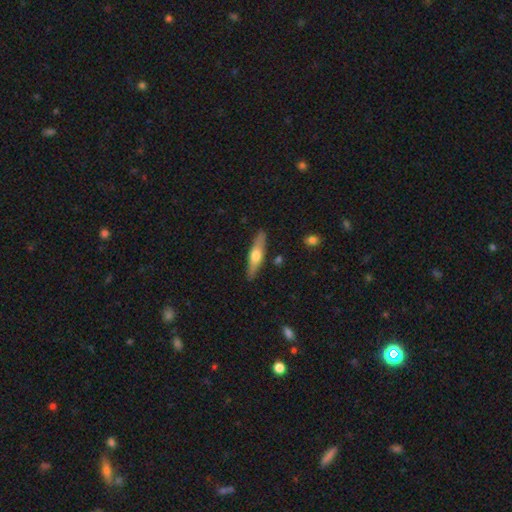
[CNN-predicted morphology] The model was most divided on "smooth or featured": featured or disk: 49%, smooth: 46%, star or artifact: 5%. More confident: merging — none (87%).